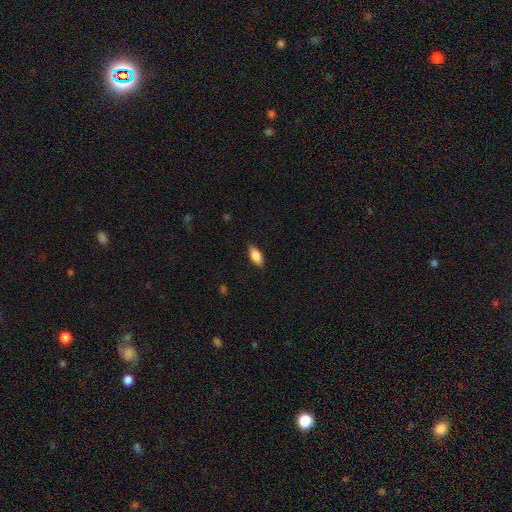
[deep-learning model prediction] Smooth or featured? Predicted: smooth (p=0.83). How rounded? Predicted: in between (p=0.81). Merging? Predicted: none (p=0.87).